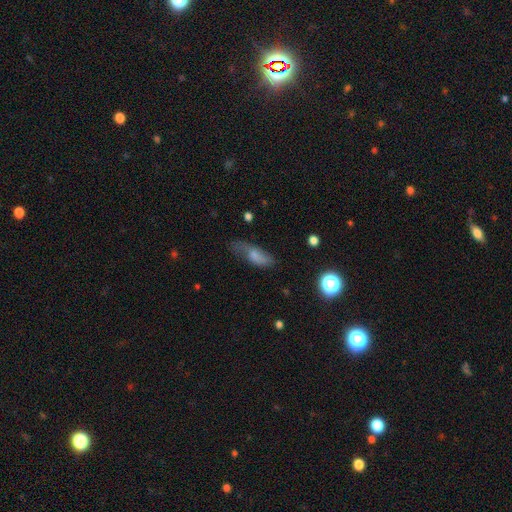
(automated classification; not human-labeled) A smooth galaxy with no disk features (65%) that is in between round and cigar-shaped (71%). Merging: none (45%).